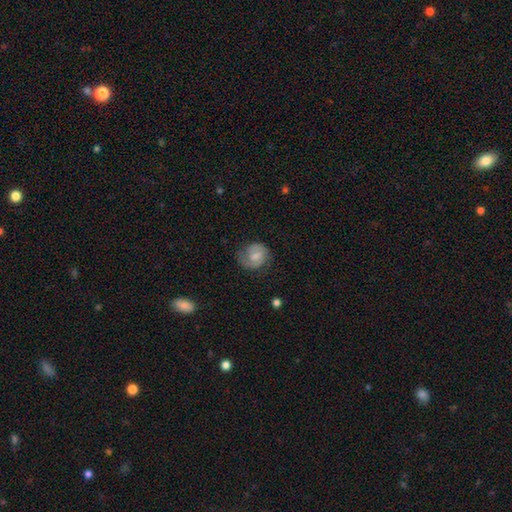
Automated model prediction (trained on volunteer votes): smooth-or-featured: smooth: 58% | featured or disk: 35% | star or artifact: 8%
  how-rounded: round: 66% | in between: 33% | cigar-shaped: 1%
  merging: none: 59% | minor disturbance: 27% | major disturbance: 12% | merger: 1%